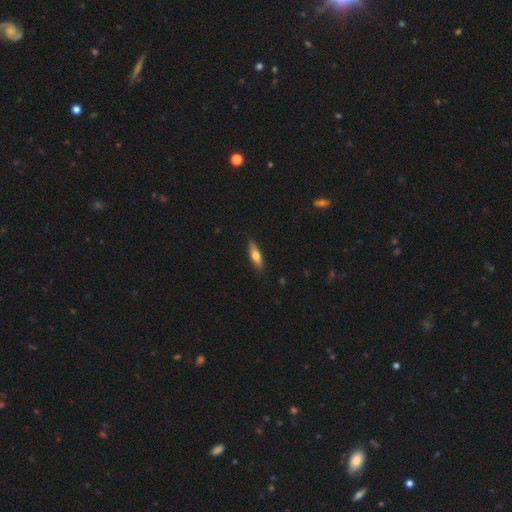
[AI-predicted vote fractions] The model was most divided on "how rounded": cigar-shaped: 58%, in between: 39%, round: 2%. More confident: merging — none (87%); smooth or featured — smooth (63%).